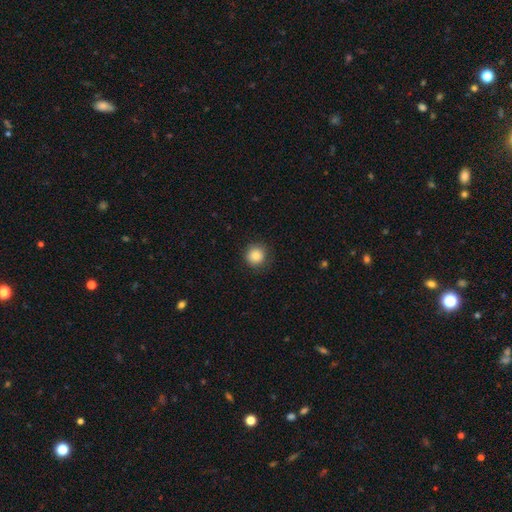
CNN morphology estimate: Smooth or featured? Predicted: smooth (p=0.86). How rounded? Predicted: round (p=0.93). Merging? Predicted: none (p=0.88).